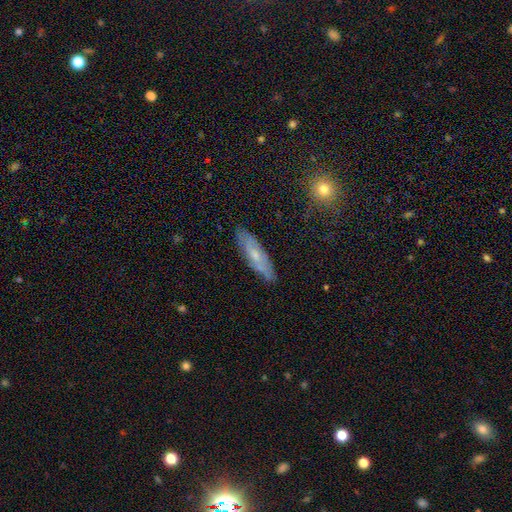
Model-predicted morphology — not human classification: Smooth or featured?
  - featured or disk: 53% *
  - smooth: 39%
  - star or artifact: 7%
Edge-on disk?
  - no: 64% *
  - yes: 36%
Merging?
  - none: 80% *
  - minor disturbance: 15%
  - major disturbance: 3%
  - merger: 2%